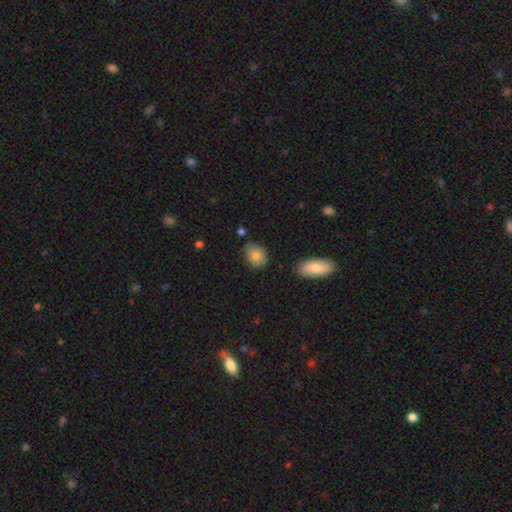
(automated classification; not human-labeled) Overall: smooth (80%). How rounded: in between (60%; round 39%). Merging: none (76%).